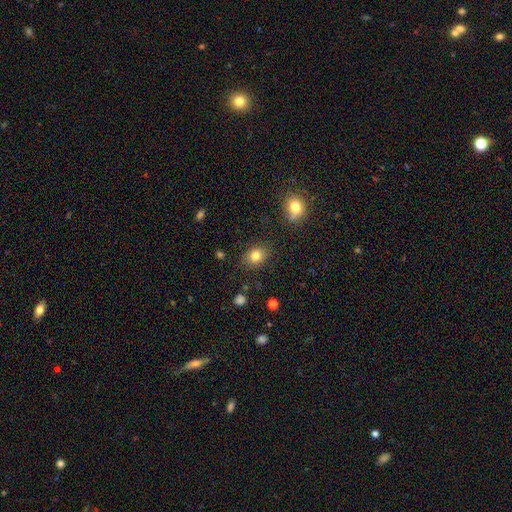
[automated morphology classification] smooth_or_featured: smooth (p=0.81) [alt: star or artifact p=0.11]
how_rounded: in between (p=0.50) [alt: round p=0.49]
merging: none (p=0.85) [alt: minor disturbance p=0.11]